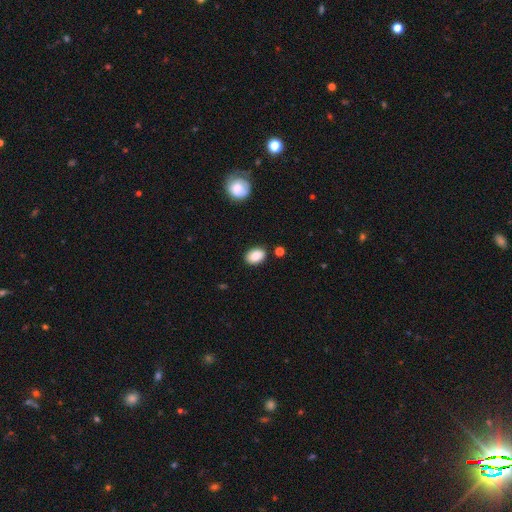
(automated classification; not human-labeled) Overall: smooth (85%). How rounded: in between (81%). Merging: none (85%).